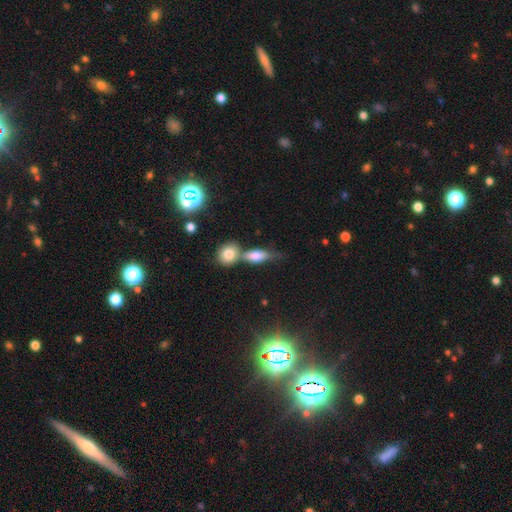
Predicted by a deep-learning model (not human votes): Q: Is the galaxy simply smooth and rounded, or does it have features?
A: smooth — 68%.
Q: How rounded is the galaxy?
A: in between — 68%.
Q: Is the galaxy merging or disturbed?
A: merger — 40%.